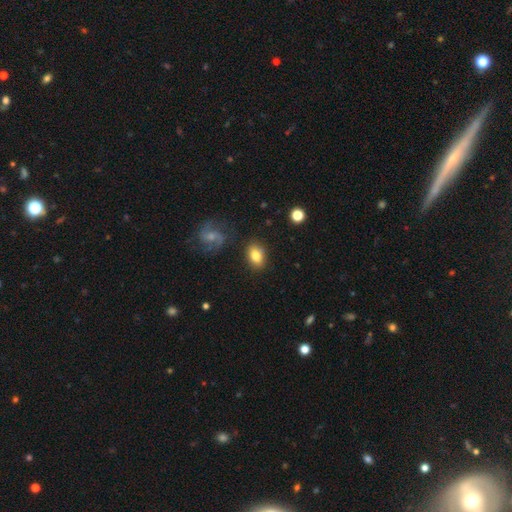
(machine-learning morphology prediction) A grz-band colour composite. It shows a smooth galaxy with no disk features (80%) that is in between round and cigar-shaped (81%). Merging: none (81%).